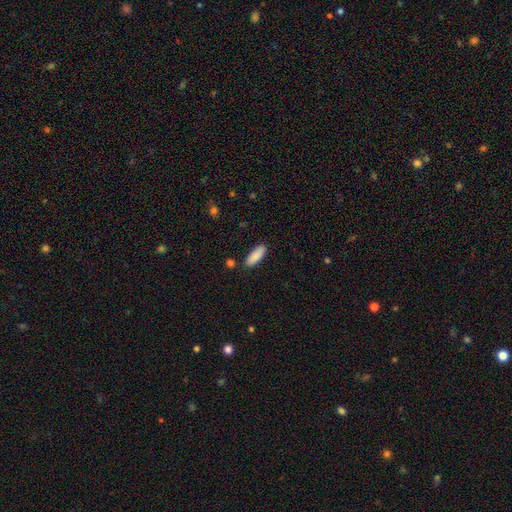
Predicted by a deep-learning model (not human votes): This is clearly a smooth galaxy (88%). How rounded: likely in between (61%). Merging: clearly none (86%).